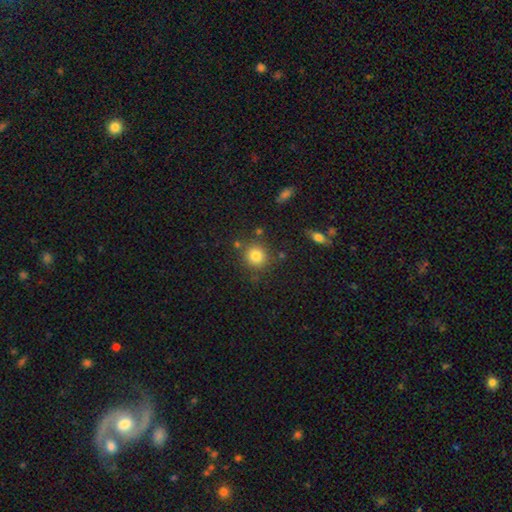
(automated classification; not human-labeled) Smooth or featured? smooth (81%)
How rounded? round (90%)
Merging? none (81%)